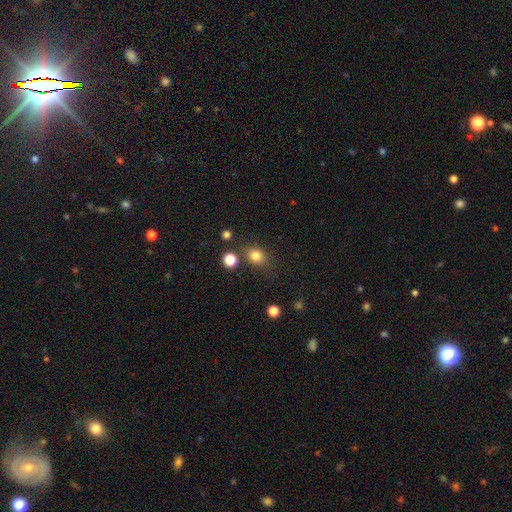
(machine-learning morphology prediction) A smooth galaxy with no disk features (82%) that is round (64%). Merging: none (76%).